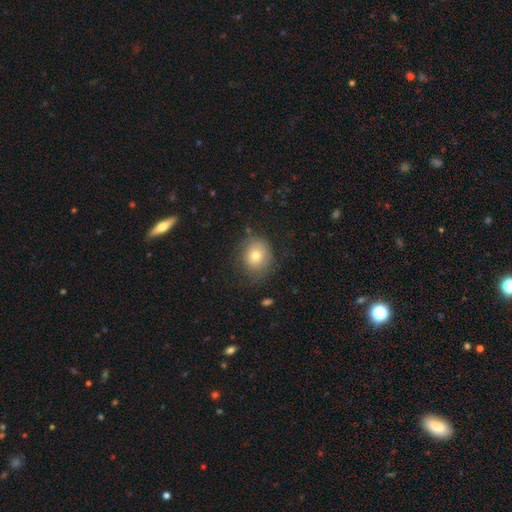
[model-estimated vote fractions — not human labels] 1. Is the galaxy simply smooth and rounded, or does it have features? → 69% smooth, 21% featured or disk, 10% star or artifact.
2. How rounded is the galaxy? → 69% round, 30% in between, 1% cigar-shaped.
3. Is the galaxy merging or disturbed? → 66% none, 22% minor disturbance, 11% major disturbance, 2% merger.